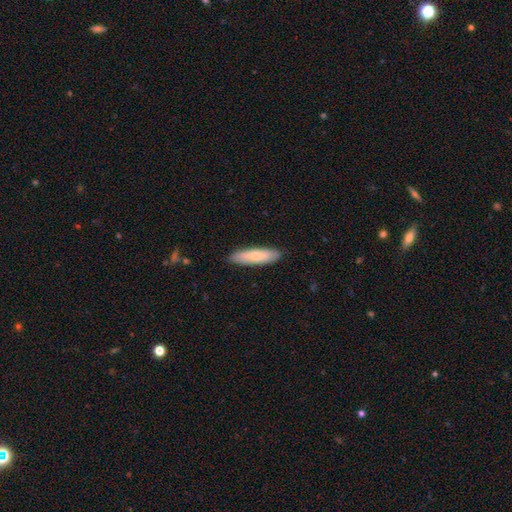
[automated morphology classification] smooth-or-featured: smooth: 72% | featured or disk: 23% | star or artifact: 5%
  how-rounded: cigar-shaped: 68% | in between: 30% | round: 2%
  merging: none: 89% | minor disturbance: 9% | major disturbance: 2% | merger: 1%